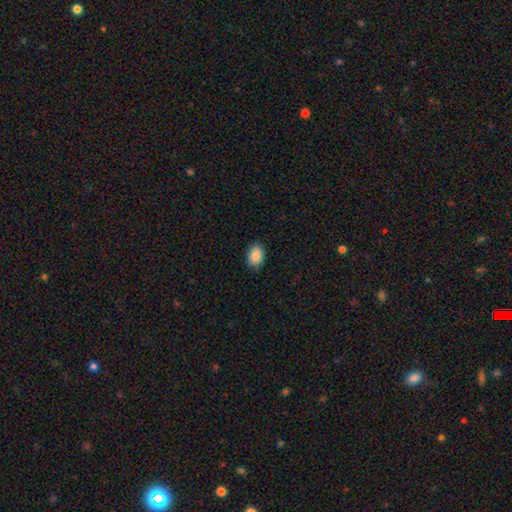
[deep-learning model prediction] A smooth galaxy with no disk features (89%) that is in between round and cigar-shaped (76%).

Vote fractions:
- Smooth or featured? smooth: 89% / star or artifact: 7% / featured or disk: 4%
- How rounded? in between: 76% / round: 23% / cigar-shaped: 1%
- Merging? none: 89% / minor disturbance: 9% / major disturbance: 2% / merger: 1%